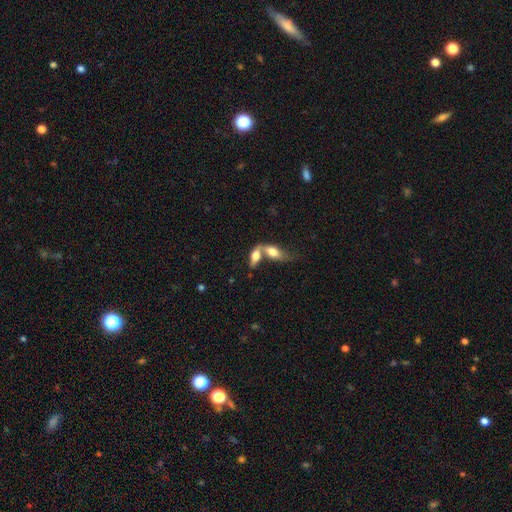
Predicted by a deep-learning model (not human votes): smooth_or_featured: smooth (p=0.63) [alt: featured or disk p=0.30]
how_rounded: in between (p=0.77) [alt: cigar-shaped p=0.18]
merging: merger (p=0.68) [alt: none p=0.21]